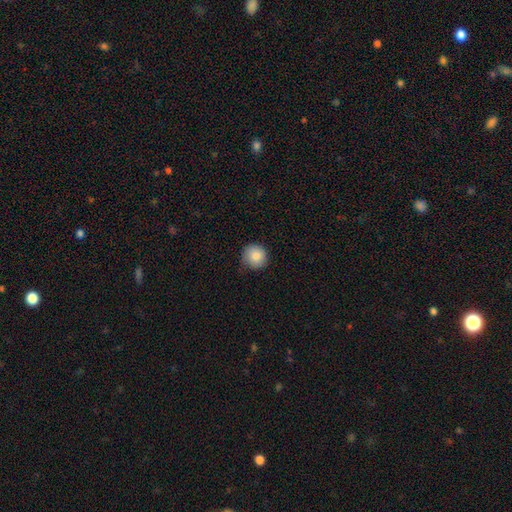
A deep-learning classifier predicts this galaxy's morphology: Smooth or featured: smooth — 85% (star or artifact — 8%)
How rounded: round — 93% (in between — 6%)
Merging: none — 75% (minor disturbance — 20%)